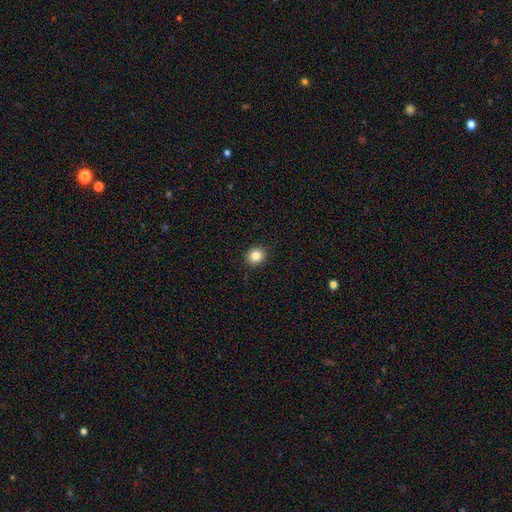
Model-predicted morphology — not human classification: A smooth galaxy with no disk features (84%) that is round (79%). Merging: none (90%).